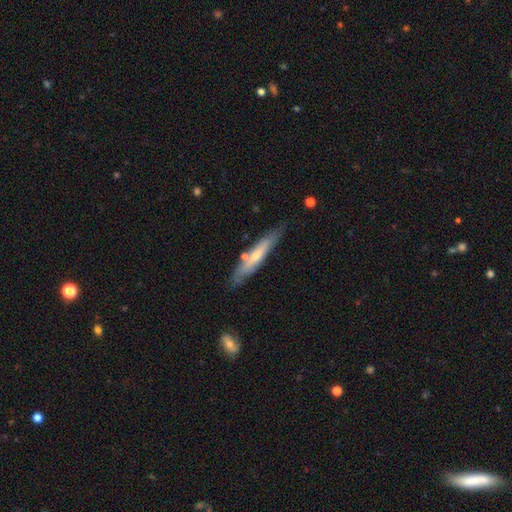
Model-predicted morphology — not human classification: Smooth or featured: smooth — 49% (featured or disk — 45%)
Merging: none — 77% (minor disturbance — 15%)